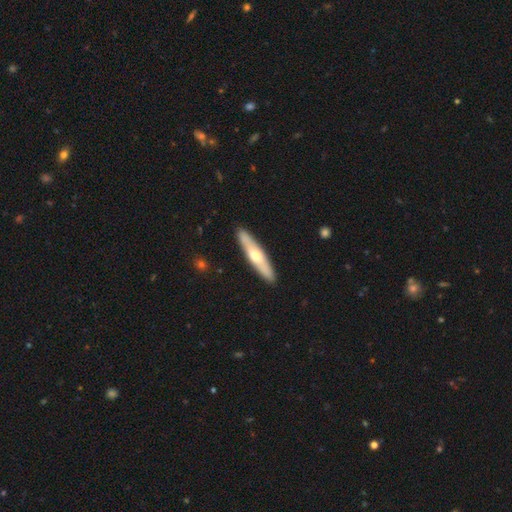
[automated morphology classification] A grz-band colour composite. It shows a featured or disk galaxy (51%) viewed edge-on (82%). Merging: none (90%).